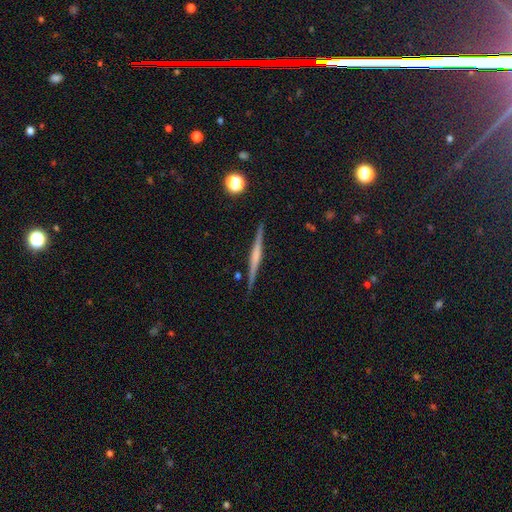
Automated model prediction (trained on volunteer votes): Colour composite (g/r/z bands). It shows a featured or disk galaxy (69%) viewed edge-on (98%) with a rounded central bulge (39%). Merging: none (91%).